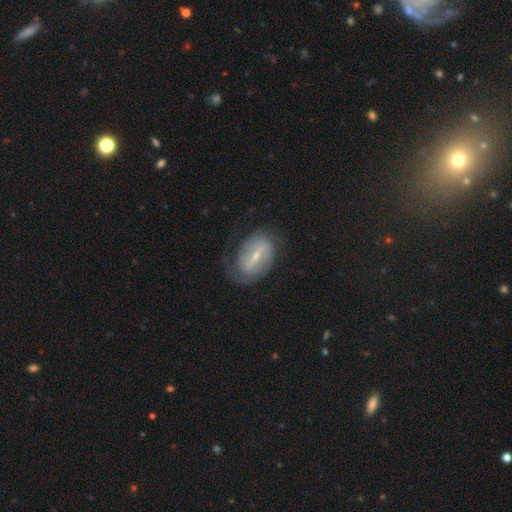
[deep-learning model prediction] Q: Smooth or featured?
A: featured or disk (75%); runner-up: smooth (18%)
Q: Edge-on disk?
A: no (94%); runner-up: yes (6%)
Q: Bar?
A: strong (51%); runner-up: weak (39%)
Q: Spiral arms?
A: yes (78%); runner-up: no (22%)
Q: Spiral winding?
A: tight (43%); runner-up: medium (37%)
Q: Spiral arm count?
A: 2 (62%); runner-up: can't tell (22%)
Q: Bulge size?
A: small (56%); runner-up: moderate (38%)
Q: Merging?
A: none (63%); runner-up: minor disturbance (22%)